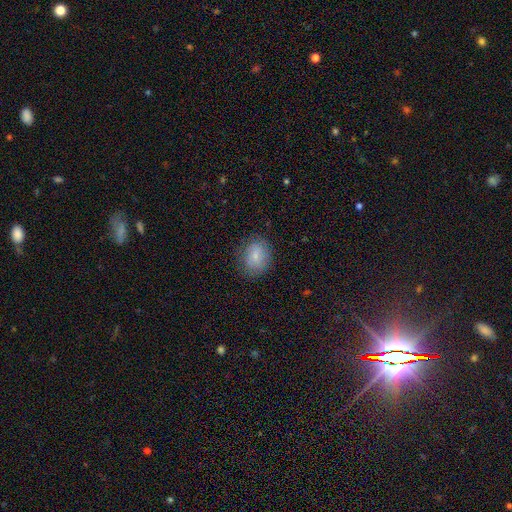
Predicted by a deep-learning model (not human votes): A smooth galaxy with no disk features (74%) that is in between round and cigar-shaped (54%). Merging: none (79%).